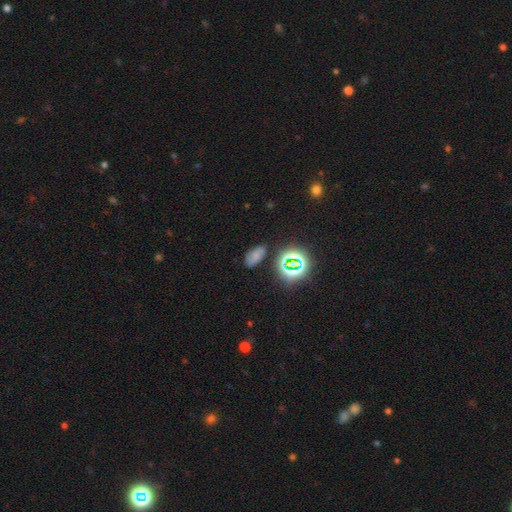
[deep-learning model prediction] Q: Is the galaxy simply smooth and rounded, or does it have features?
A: smooth — 50%.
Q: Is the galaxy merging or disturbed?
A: none — 68%.